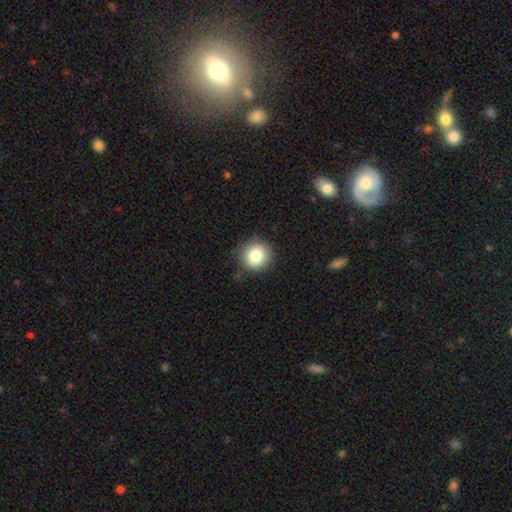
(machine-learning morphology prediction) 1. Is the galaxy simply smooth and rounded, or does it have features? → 82% smooth, 10% star or artifact, 8% featured or disk.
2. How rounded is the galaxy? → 93% round, 6% in between, 1% cigar-shaped.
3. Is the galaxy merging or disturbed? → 87% none, 10% minor disturbance, 2% major disturbance, 1% merger.